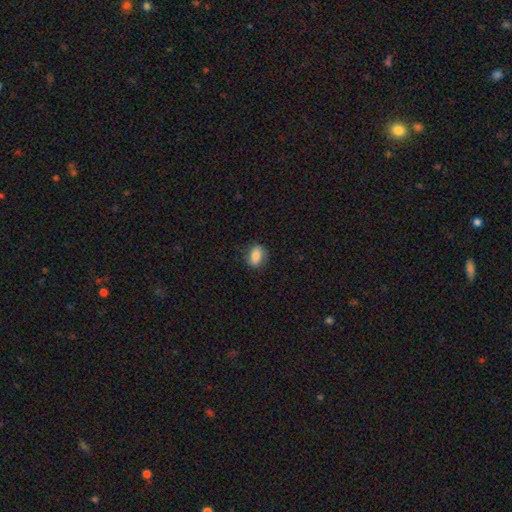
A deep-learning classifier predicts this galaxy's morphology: Q: Smooth or featured?
A: smooth (81%); runner-up: featured or disk (11%)
Q: How rounded?
A: in between (76%); runner-up: round (21%)
Q: Merging?
A: none (80%); runner-up: minor disturbance (15%)